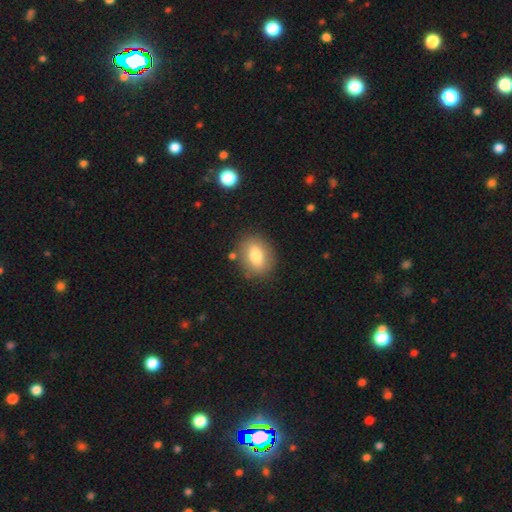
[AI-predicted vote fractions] This appears to be a smooth galaxy with no disk features (76%) that is in between round and cigar-shaped (59%). Merging: none (82%).